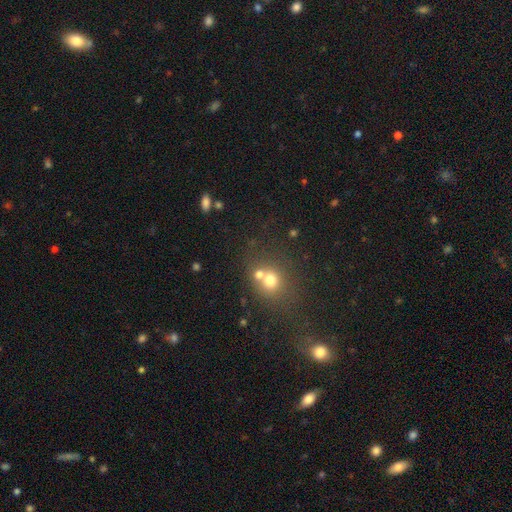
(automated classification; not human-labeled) Smooth or featured?
  - smooth: 51% *
  - star or artifact: 39%
  - featured or disk: 10%
How rounded?
  - round: 76% *
  - in between: 22%
  - cigar-shaped: 2%
Merging?
  - none: 56% *
  - merger: 28%
  - minor disturbance: 10%
  - major disturbance: 6%